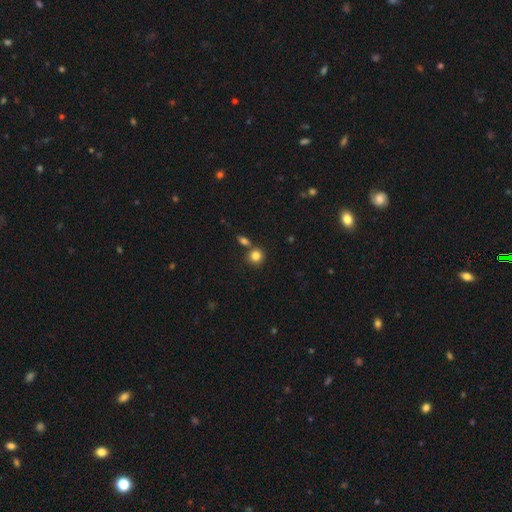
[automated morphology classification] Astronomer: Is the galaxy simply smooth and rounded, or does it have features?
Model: smooth — 83%.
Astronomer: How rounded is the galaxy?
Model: round — 87%.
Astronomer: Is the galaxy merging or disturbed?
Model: none — 68%.